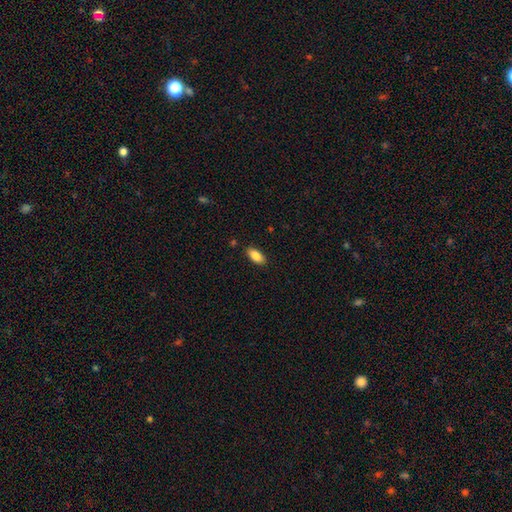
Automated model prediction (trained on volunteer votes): smooth-or-featured: smooth: 86% | star or artifact: 7% | featured or disk: 7%
  how-rounded: in between: 89% | cigar-shaped: 9% | round: 2%
  merging: none: 87% | minor disturbance: 9% | major disturbance: 2% | merger: 1%